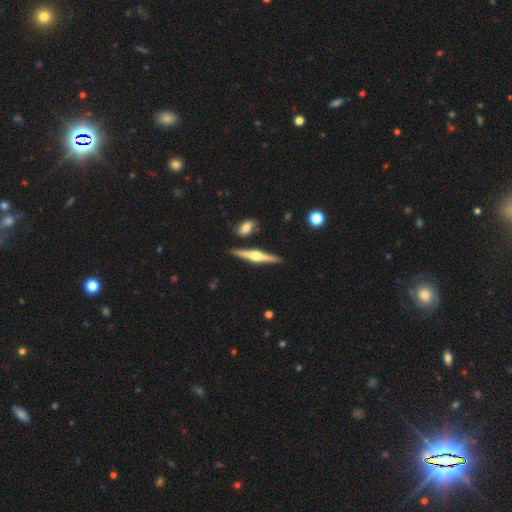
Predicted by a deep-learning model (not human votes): A featured or disk galaxy (76%) viewed edge-on (98%) with a rounded central bulge (92%). Merging: none (87%).